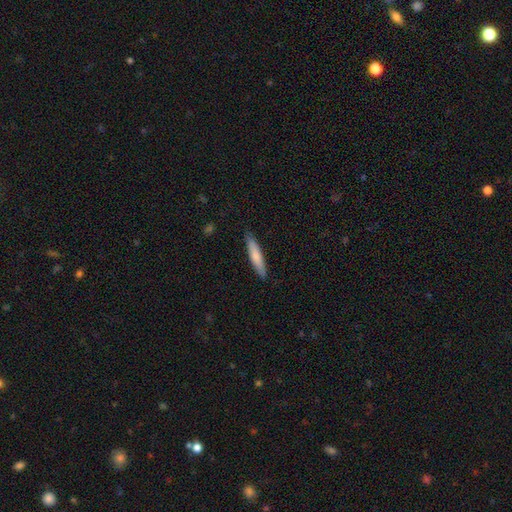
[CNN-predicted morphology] smooth_or_featured: smooth (p=0.75) [alt: featured or disk p=0.20]
how_rounded: cigar-shaped (p=0.88) [alt: in between p=0.10]
merging: none (p=0.89) [alt: minor disturbance p=0.08]